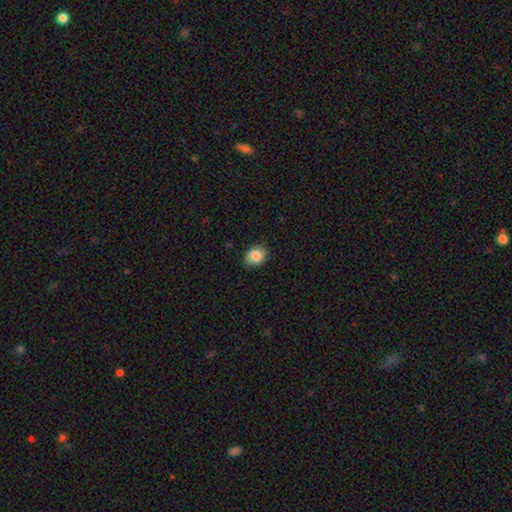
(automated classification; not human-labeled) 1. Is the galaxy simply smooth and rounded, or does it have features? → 85% smooth, 8% star or artifact, 7% featured or disk.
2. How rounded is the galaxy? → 67% in between, 32% round, 1% cigar-shaped.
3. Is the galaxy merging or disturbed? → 87% none, 10% minor disturbance, 2% major disturbance, 1% merger.